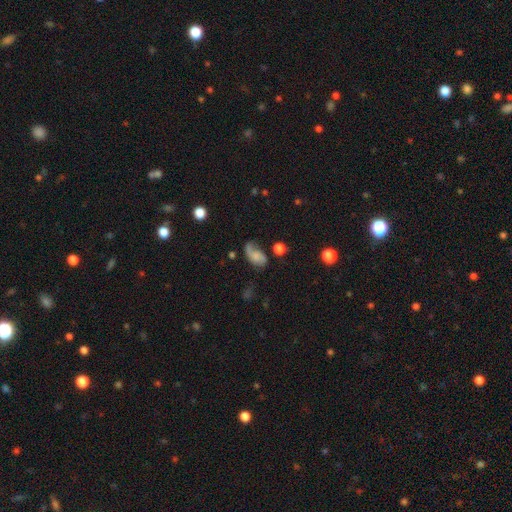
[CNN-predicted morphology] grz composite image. It shows a featured or disk galaxy (45%). Merging: none (40%).